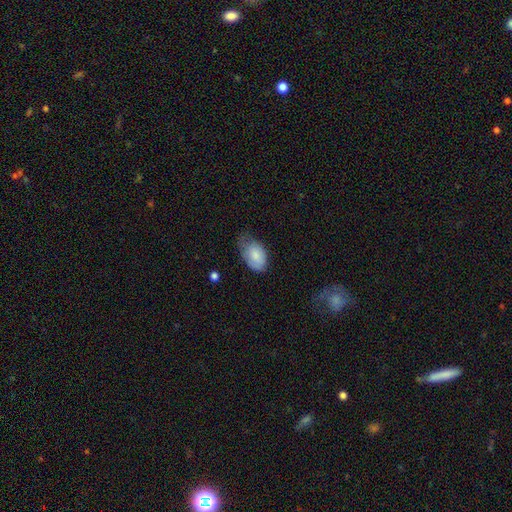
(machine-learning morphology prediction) The model was most divided on "merging": minor disturbance: 46%, none: 35%, major disturbance: 17%, merger: 2%. More confident: how rounded — in between (90%); smooth or featured — smooth (81%).